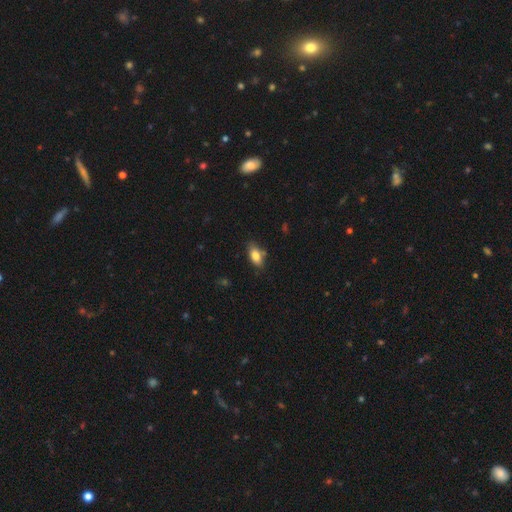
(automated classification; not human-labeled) Q: Smooth or featured?
A: smooth (81%); runner-up: featured or disk (11%)
Q: How rounded?
A: in between (89%); runner-up: cigar-shaped (6%)
Q: Merging?
A: none (72%); runner-up: minor disturbance (19%)